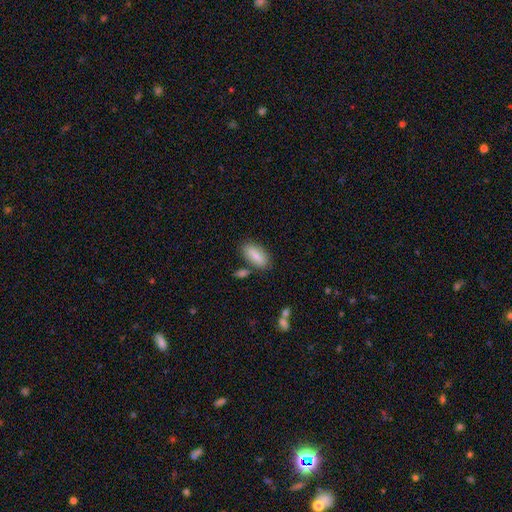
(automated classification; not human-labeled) The model was most divided on "merging": none: 75%, minor disturbance: 13%, merger: 9%, major disturbance: 3%. More confident: smooth or featured — smooth (83%); how rounded — in between (82%).